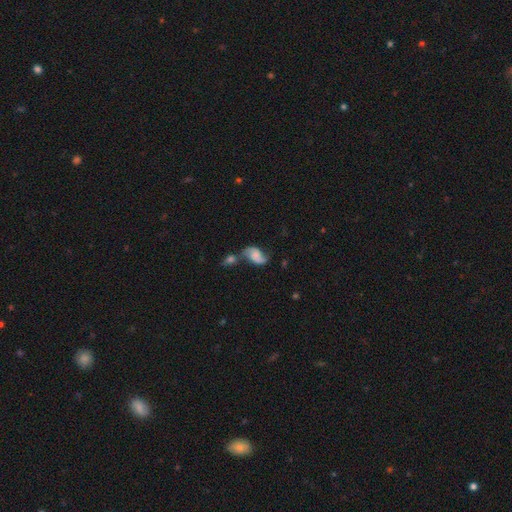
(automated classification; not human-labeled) This is likely a featured or disk galaxy (64%). It is clearly not viewed edge-on (96%). Bar: possibly no (58%). Spiral arm pattern: clearly yes (91%). Spiral arm count: clearly 2 (89%). Spiral winding: likely loose (65%). Central bulge: possibly none (46%). Merging: marginally merger (41%).